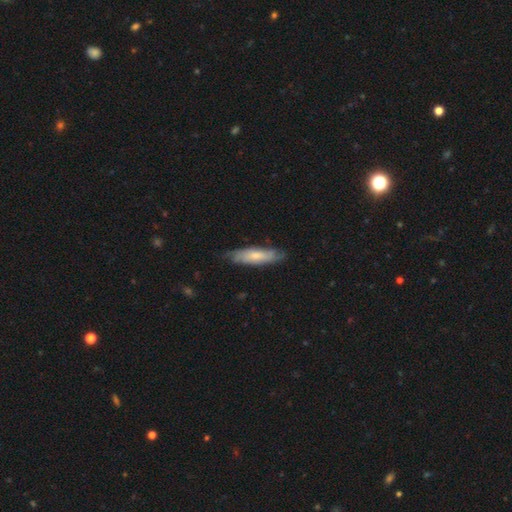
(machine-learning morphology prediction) Smooth or featured? smooth (53%)
How rounded? cigar-shaped (64%)
Merging? none (74%)